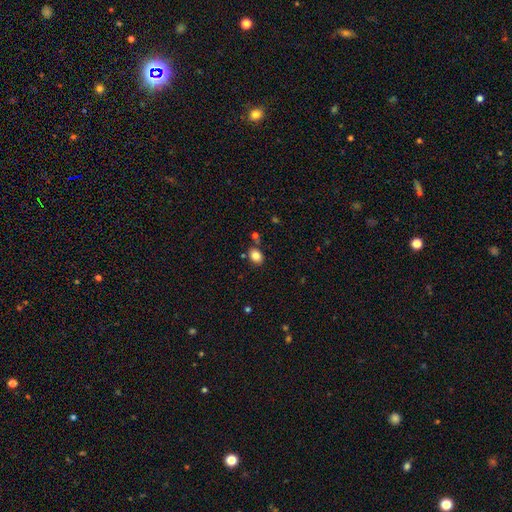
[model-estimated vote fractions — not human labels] A smooth galaxy with no disk features (84%) that is in between round and cigar-shaped (63%).

Vote fractions:
- Smooth or featured? smooth: 84% / star or artifact: 10% / featured or disk: 6%
- How rounded? in between: 63% / round: 36% / cigar-shaped: 1%
- Merging? none: 75% / minor disturbance: 13% / merger: 9% / major disturbance: 3%